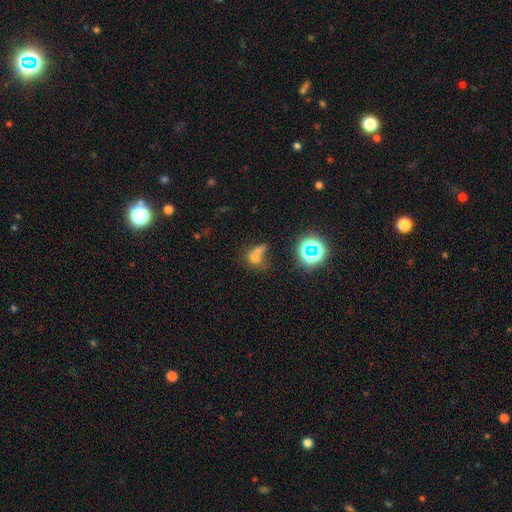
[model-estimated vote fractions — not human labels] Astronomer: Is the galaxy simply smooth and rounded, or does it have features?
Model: smooth — 58%.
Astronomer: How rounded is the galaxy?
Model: round — 51% (runner-up: in between, 47%).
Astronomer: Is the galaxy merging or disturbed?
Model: merger — 54%.